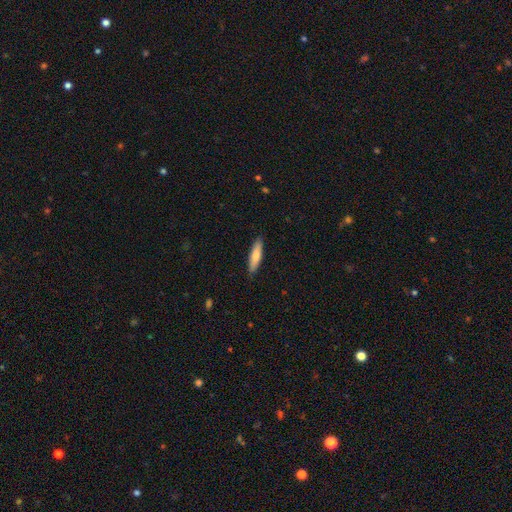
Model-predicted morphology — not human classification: Q: Smooth or featured?
A: smooth (73%); runner-up: featured or disk (22%)
Q: How rounded?
A: cigar-shaped (75%); runner-up: in between (23%)
Q: Merging?
A: none (89%); runner-up: minor disturbance (8%)